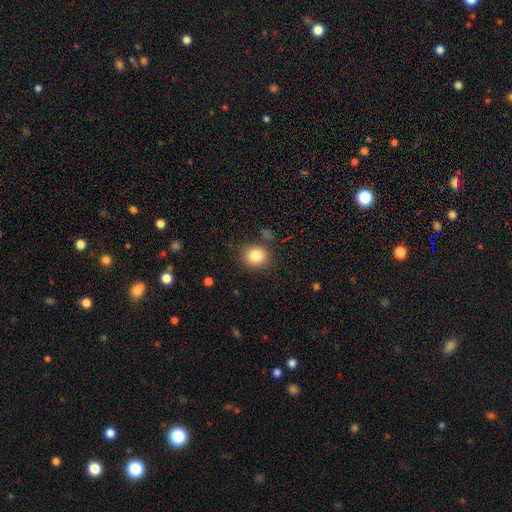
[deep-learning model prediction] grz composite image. It shows a smooth galaxy with no disk features (83%) that is round (73%). Merging: none (84%).